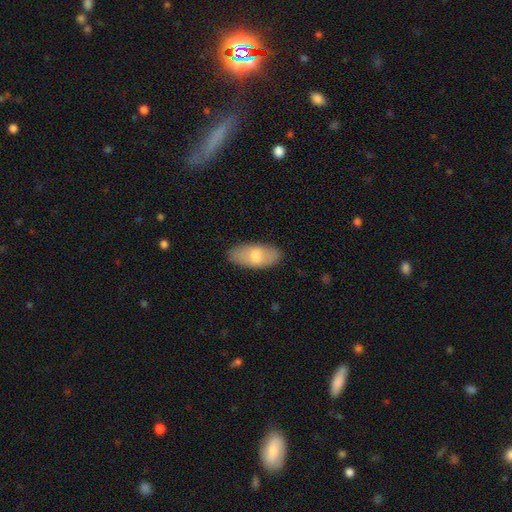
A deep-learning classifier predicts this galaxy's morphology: Overall: smooth (69%). How rounded: in between (90%). Merging: none (85%).